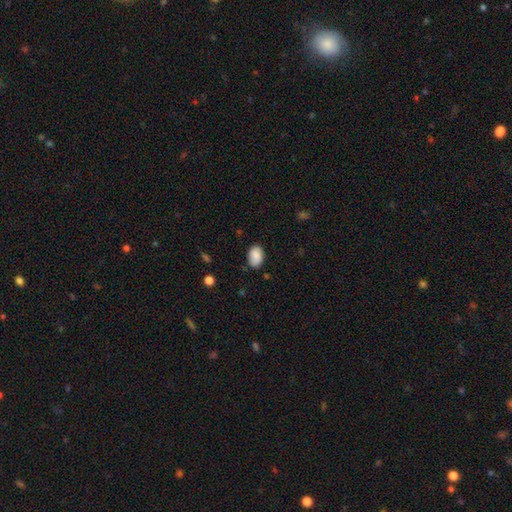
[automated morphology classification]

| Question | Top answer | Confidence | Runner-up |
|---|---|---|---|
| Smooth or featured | smooth | 86% | star or artifact (7%) |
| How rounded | in between | 85% | round (14%) |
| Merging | none | 78% | minor disturbance (17%) |